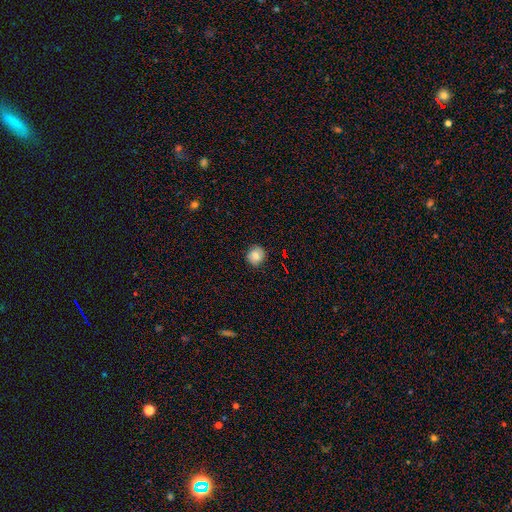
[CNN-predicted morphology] smooth 78%, featured or disk 12%, star or artifact 10%. Down the decision tree: how rounded — round (87%); merging — none (87%).